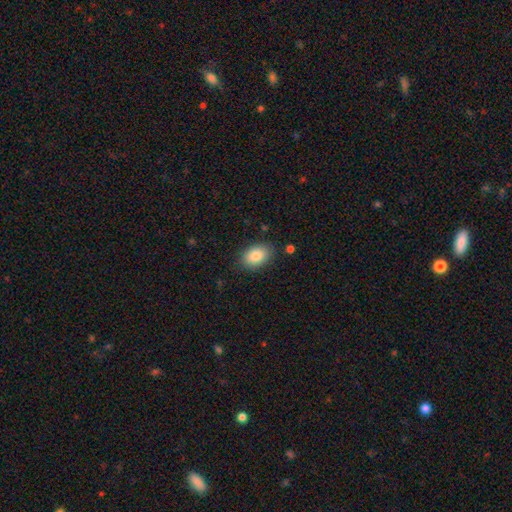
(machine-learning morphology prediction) The model was most divided on "merging": none: 84%, minor disturbance: 12%, major disturbance: 3%, merger: 2%. More confident: how rounded — in between (86%); smooth or featured — smooth (85%).